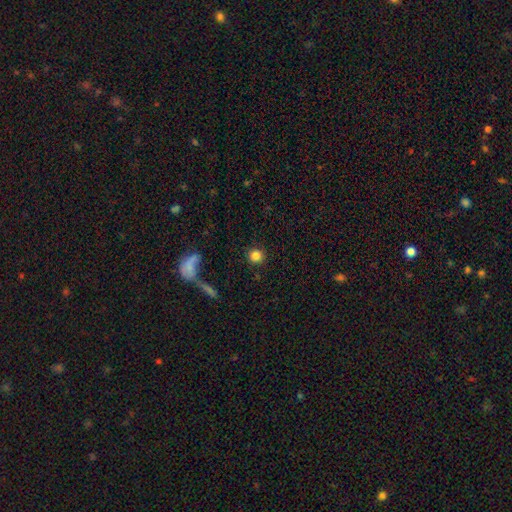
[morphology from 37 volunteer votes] type=smooth (86%); roundness=round (91%); merging=none (81%).